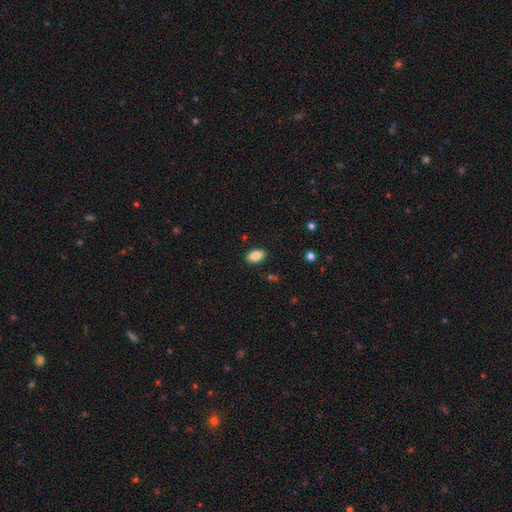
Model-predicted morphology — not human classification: A smooth galaxy with no disk features (87%) that is in between round and cigar-shaped (90%).

Vote fractions:
- Smooth or featured? smooth: 87% / star or artifact: 8% / featured or disk: 5%
- How rounded? in between: 90% / round: 8% / cigar-shaped: 2%
- Merging? none: 88% / minor disturbance: 9% / major disturbance: 2% / merger: 1%